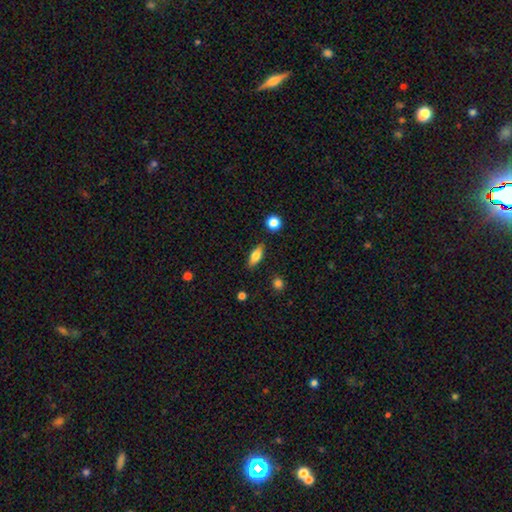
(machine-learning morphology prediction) smooth 70%, featured or disk 22%, star or artifact 7%. Down the decision tree: how rounded — in between (73%); merging — none (86%).